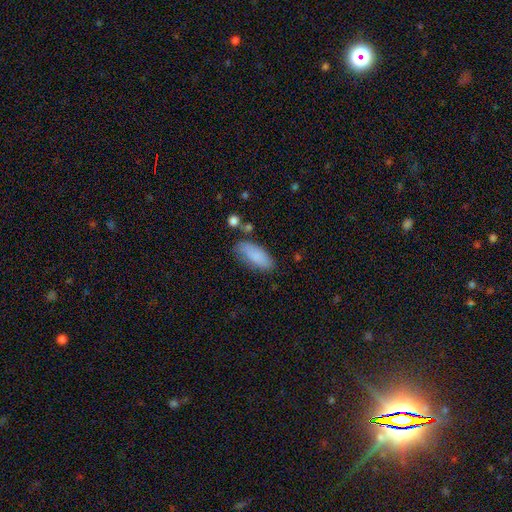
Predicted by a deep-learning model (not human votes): smooth-or-featured: smooth: 86% | featured or disk: 8% | star or artifact: 6%
  how-rounded: in between: 79% | cigar-shaped: 19% | round: 2%
  merging: none: 71% | minor disturbance: 20% | major disturbance: 5% | merger: 4%